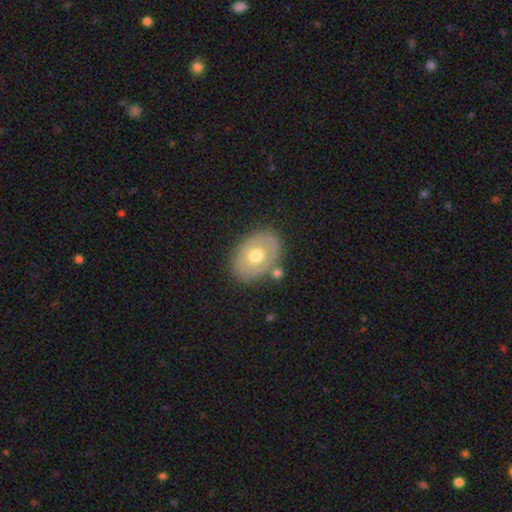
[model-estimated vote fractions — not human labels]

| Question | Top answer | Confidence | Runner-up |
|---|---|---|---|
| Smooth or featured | smooth | 48% | featured or disk (46%) |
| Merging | none | 75% | minor disturbance (14%) |